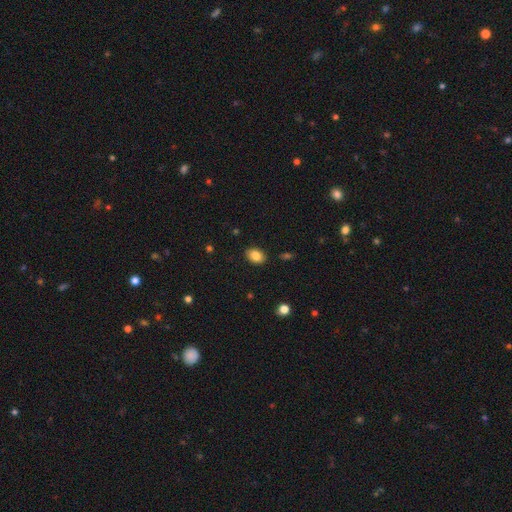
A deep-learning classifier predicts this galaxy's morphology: A smooth galaxy with no disk features (84%) that is in between round and cigar-shaped (78%).

Vote fractions:
- Smooth or featured? smooth: 84% / star or artifact: 9% / featured or disk: 7%
- How rounded? in between: 78% / round: 21% / cigar-shaped: 1%
- Merging? none: 87% / minor disturbance: 10% / major disturbance: 2% / merger: 1%